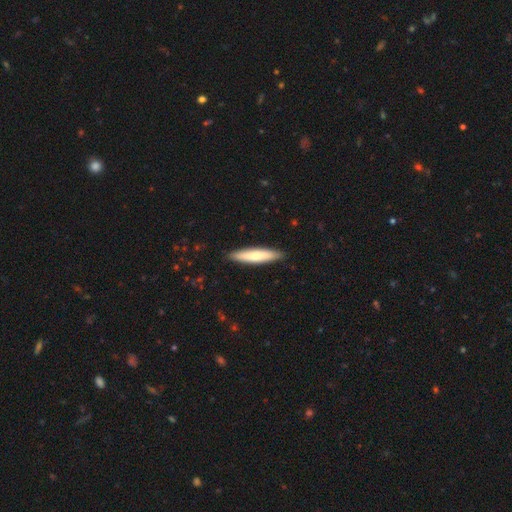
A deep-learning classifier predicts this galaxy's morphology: Smooth or featured? smooth (65%)
How rounded? cigar-shaped (85%)
Merging? none (90%)